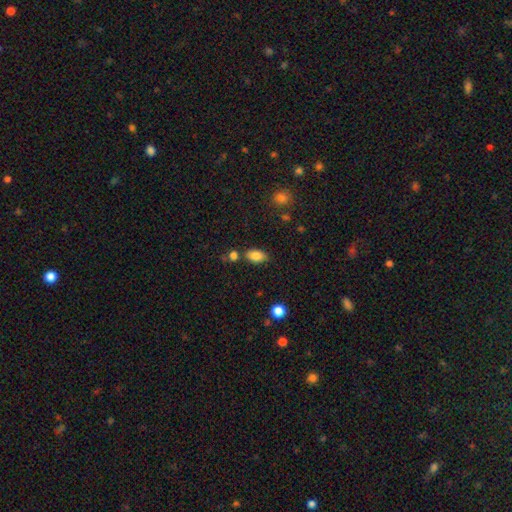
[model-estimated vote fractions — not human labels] Q: Smooth or featured?
A: smooth (85%); runner-up: star or artifact (9%)
Q: How rounded?
A: in between (91%); runner-up: round (6%)
Q: Merging?
A: none (75%); runner-up: minor disturbance (13%)